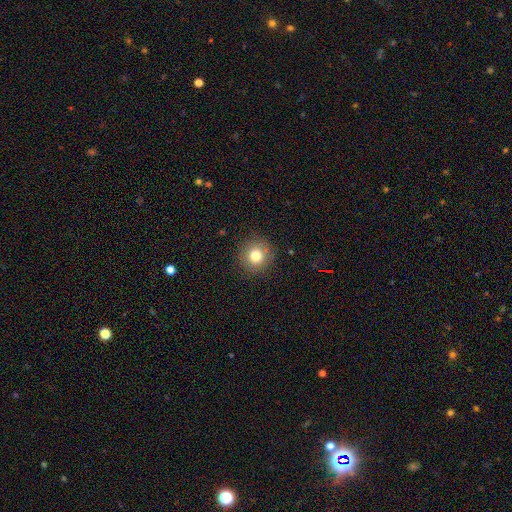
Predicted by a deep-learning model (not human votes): Overall: smooth (79%). How rounded: round (93%). Merging: none (88%).